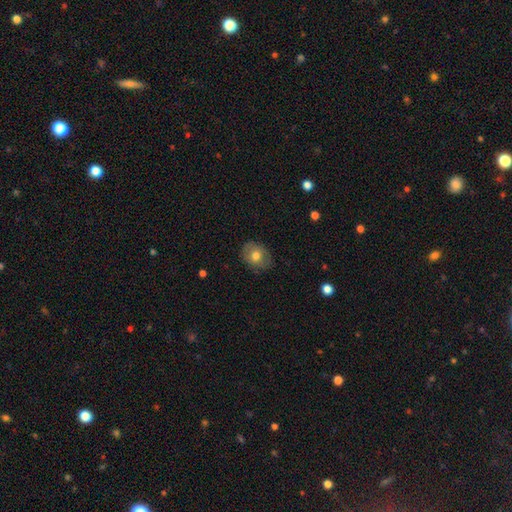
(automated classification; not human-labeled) This appears to be a smooth galaxy with no disk features (71%) that is round (51%). Merging: none (81%).